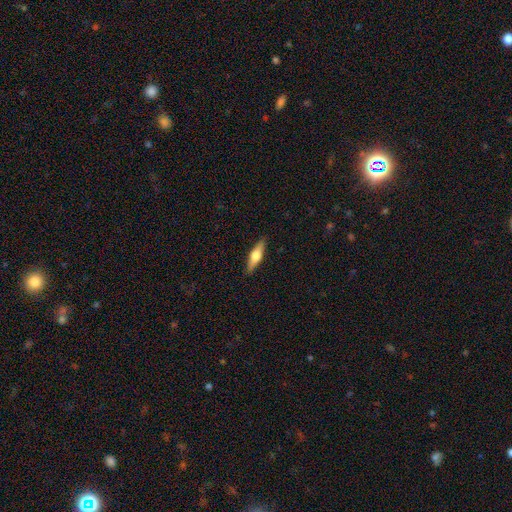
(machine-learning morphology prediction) This is possibly a smooth galaxy (48%). Merging: clearly none (89%).